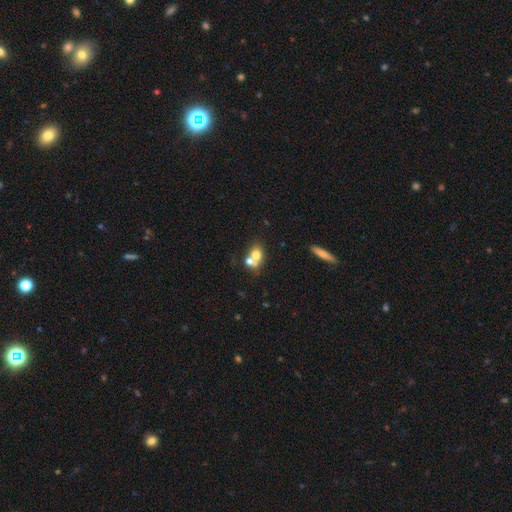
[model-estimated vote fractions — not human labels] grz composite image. It shows a smooth galaxy with no disk features (68%) that is round (51%). Merging: merger (53%).